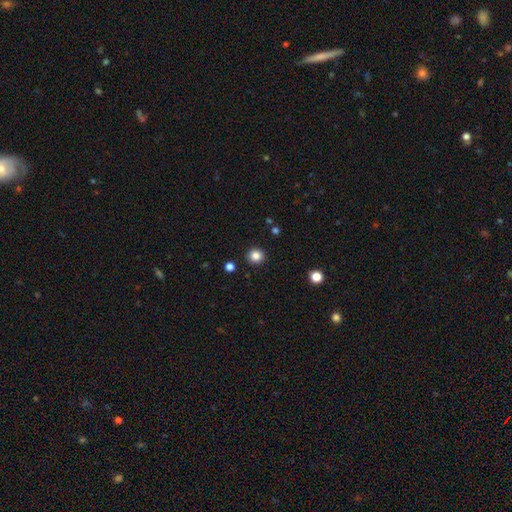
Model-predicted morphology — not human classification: Smooth or featured? smooth (85%)
How rounded? round (92%)
Merging? none (92%)